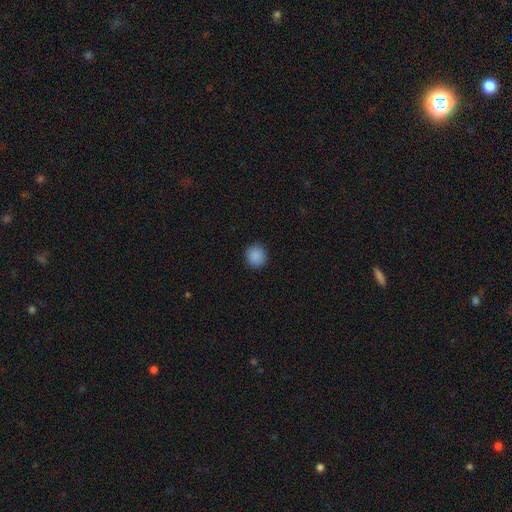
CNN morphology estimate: A smooth galaxy with no disk features (89%) that is round (91%).

Vote fractions:
- Smooth or featured? smooth: 89% / star or artifact: 9% / featured or disk: 2%
- How rounded? round: 91% / in between: 8% / cigar-shaped: 1%
- Merging? none: 92% / minor disturbance: 5% / major disturbance: 2% / merger: 1%